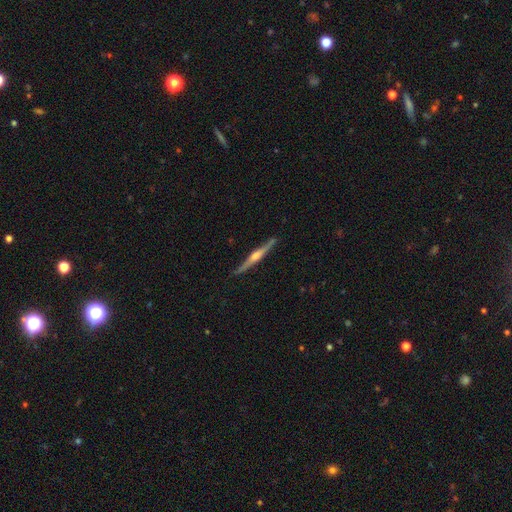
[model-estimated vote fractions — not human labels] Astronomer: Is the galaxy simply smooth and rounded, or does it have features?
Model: featured or disk — 83%.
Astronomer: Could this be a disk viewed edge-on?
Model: yes — 98%.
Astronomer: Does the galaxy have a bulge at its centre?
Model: rounded — 87%.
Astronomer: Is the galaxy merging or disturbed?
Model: none — 90%.